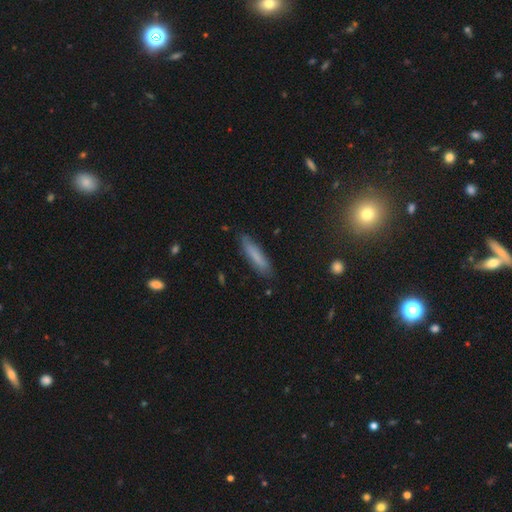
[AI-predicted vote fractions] Smooth or featured? Predicted: smooth (p=0.74). How rounded? Predicted: cigar-shaped (p=0.83). Merging? Predicted: none (p=0.83).